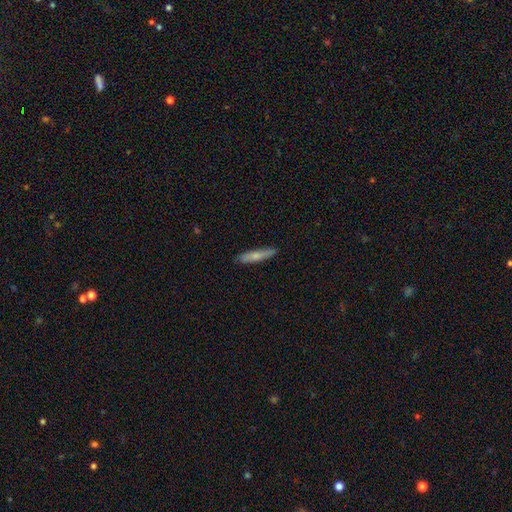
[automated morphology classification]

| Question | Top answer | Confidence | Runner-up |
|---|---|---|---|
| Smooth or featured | smooth | 70% | featured or disk (25%) |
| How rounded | cigar-shaped | 88% | in between (10%) |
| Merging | none | 86% | minor disturbance (11%) |